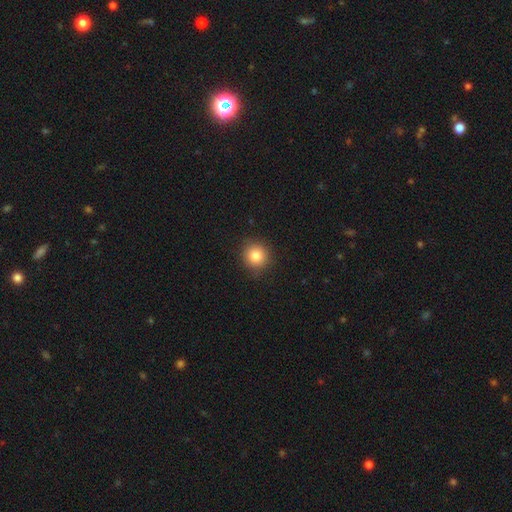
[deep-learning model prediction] This is clearly a smooth galaxy (83%). How rounded: clearly round (92%). Merging: clearly none (89%).